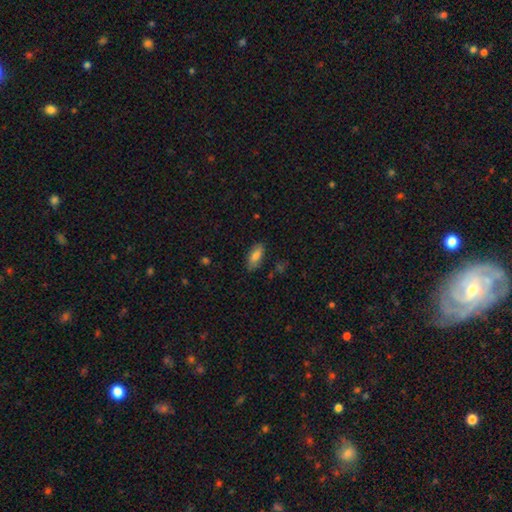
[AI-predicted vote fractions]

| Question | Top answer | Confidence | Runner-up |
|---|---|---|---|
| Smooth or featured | smooth | 80% | featured or disk (12%) |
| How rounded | in between | 84% | cigar-shaped (14%) |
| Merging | none | 80% | minor disturbance (15%) |